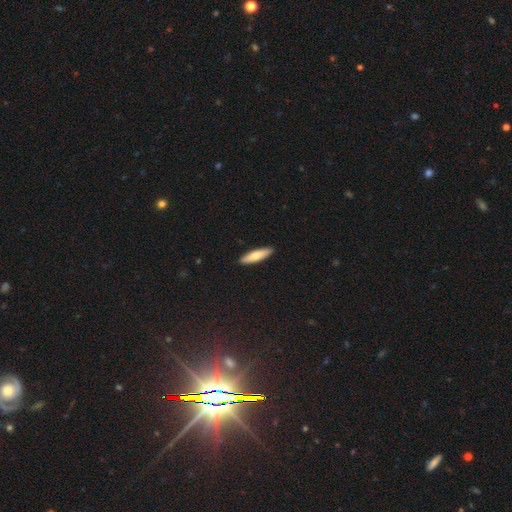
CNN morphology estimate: smooth_or_featured: smooth (p=0.69) [alt: featured or disk p=0.26]
how_rounded: cigar-shaped (p=0.68) [alt: in between p=0.30]
merging: none (p=0.92) [alt: minor disturbance p=0.06]